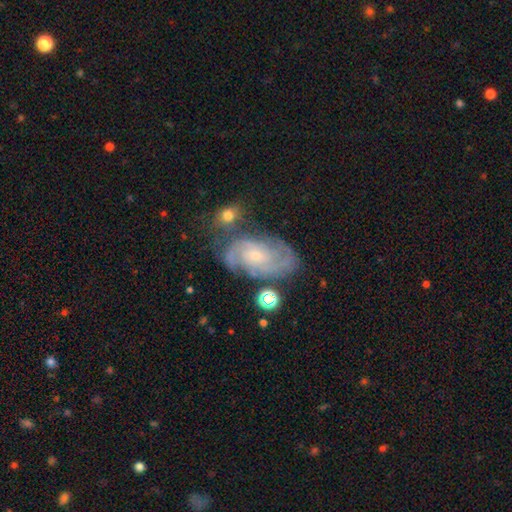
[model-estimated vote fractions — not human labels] Q: Smooth or featured?
A: featured or disk (83%); runner-up: smooth (10%)
Q: Edge-on disk?
A: no (97%); runner-up: yes (3%)
Q: Bar?
A: no (66%); runner-up: weak (29%)
Q: Spiral arms?
A: yes (96%); runner-up: no (4%)
Q: Spiral winding?
A: tight (55%); runner-up: medium (36%)
Q: Spiral arm count?
A: 2 (39%); runner-up: can't tell (25%)
Q: Bulge size?
A: small (74%); runner-up: moderate (20%)
Q: Merging?
A: none (62%); runner-up: minor disturbance (20%)